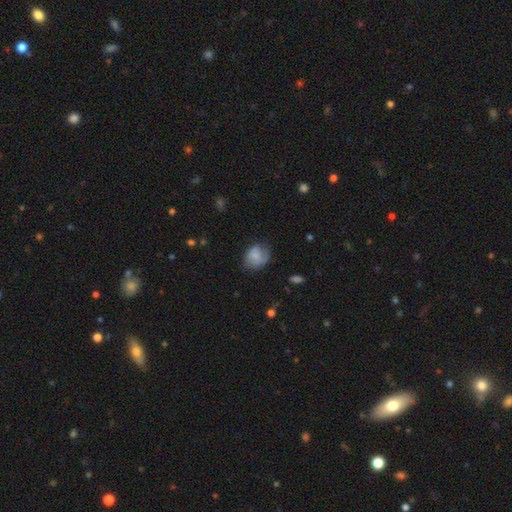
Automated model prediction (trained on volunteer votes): Morphology: type=smooth (63%); roundness=in between (50%); merging=none (53%).